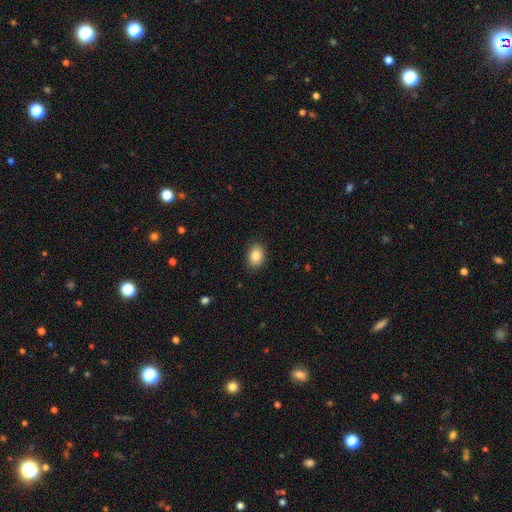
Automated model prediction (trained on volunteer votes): Smooth or featured?
  - smooth: 86% *
  - star or artifact: 8%
  - featured or disk: 6%
How rounded?
  - in between: 73% *
  - round: 26%
  - cigar-shaped: 1%
Merging?
  - none: 87% *
  - minor disturbance: 10%
  - major disturbance: 2%
  - merger: 1%